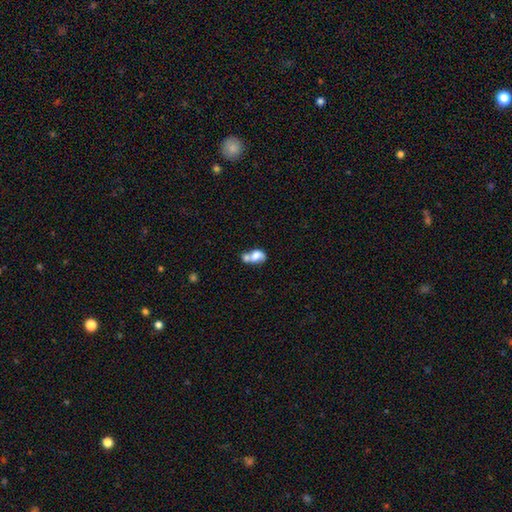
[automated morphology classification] smooth-or-featured: smooth: 58% | featured or disk: 32% | star or artifact: 10%
  how-rounded: in between: 72% | round: 25% | cigar-shaped: 2%
  merging: merger: 64% | none: 17% | minor disturbance: 10% | major disturbance: 9%